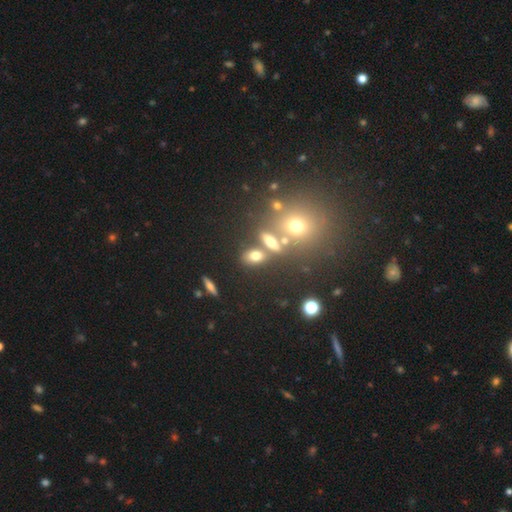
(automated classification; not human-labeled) smooth_or_featured: smooth (p=0.68) [alt: star or artifact p=0.16]
how_rounded: in between (p=0.68) [alt: round p=0.21]
merging: none (p=0.63) [alt: merger p=0.22]